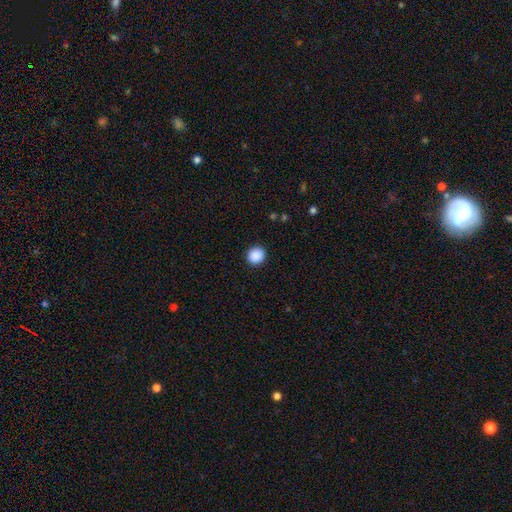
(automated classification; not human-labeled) This is clearly a smooth galaxy (89%). How rounded: clearly round (91%). Merging: clearly none (92%).